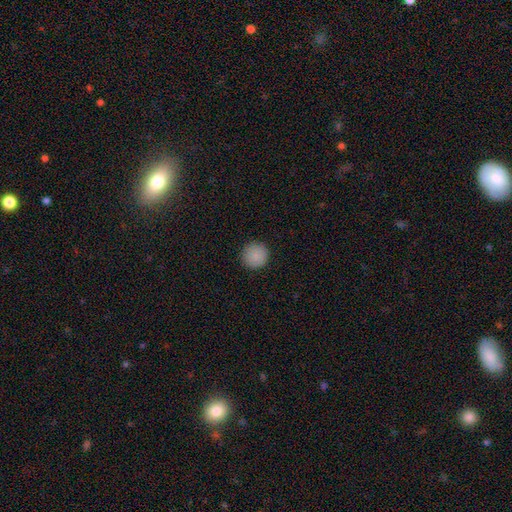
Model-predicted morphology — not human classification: smooth 88%, star or artifact 8%, featured or disk 3%. Down the decision tree: how rounded — round (96%); merging — none (93%).